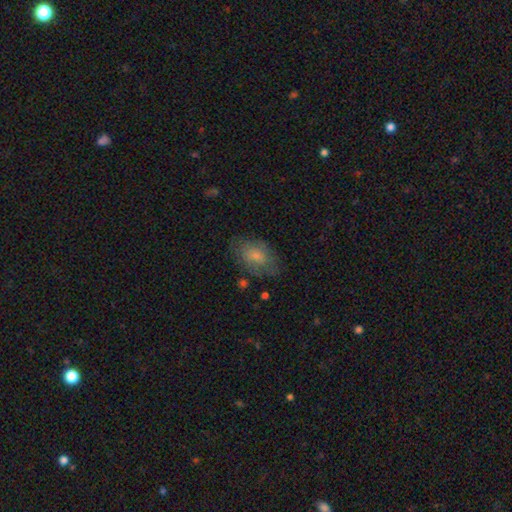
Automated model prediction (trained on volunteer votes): Smooth or featured? smooth (73%)
How rounded? in between (88%)
Merging? none (67%)